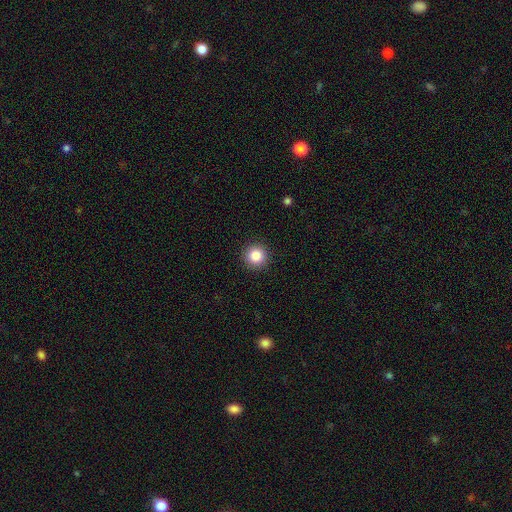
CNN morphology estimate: Smooth or featured? smooth (85%)
How rounded? round (95%)
Merging? none (92%)